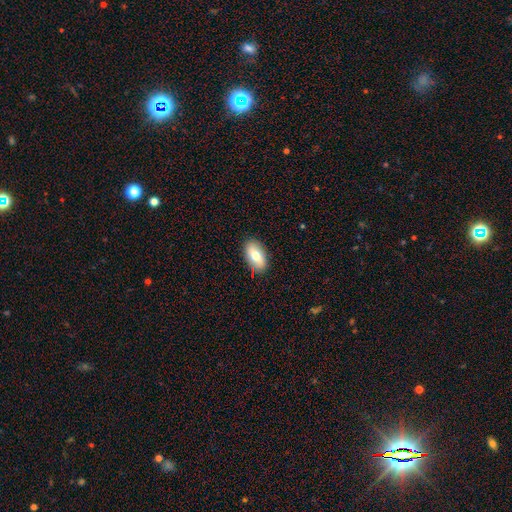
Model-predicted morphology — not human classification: The model was most divided on "smooth or featured": smooth: 70%, featured or disk: 23%, star or artifact: 7%. More confident: how rounded — in between (92%); merging — none (87%).